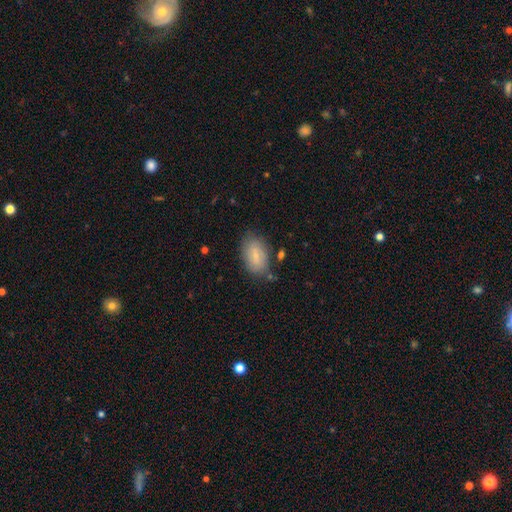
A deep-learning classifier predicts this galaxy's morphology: Smooth or featured?
  - smooth: 71% *
  - featured or disk: 22%
  - star or artifact: 7%
How rounded?
  - in between: 92% *
  - round: 6%
  - cigar-shaped: 2%
Merging?
  - none: 73% *
  - minor disturbance: 19%
  - major disturbance: 5%
  - merger: 4%